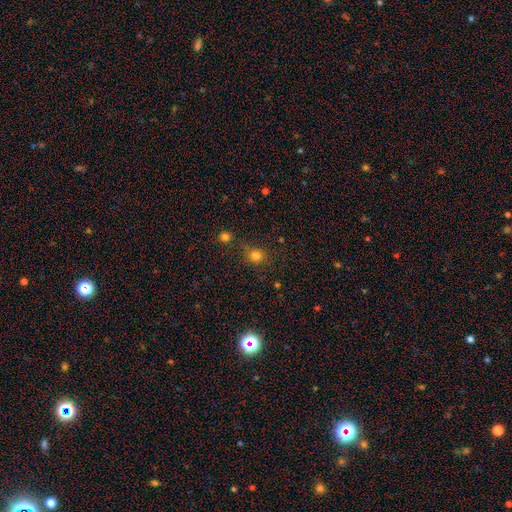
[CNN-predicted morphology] This appears to be a smooth galaxy with no disk features (79%) that is round (88%). Merging: none (71%).